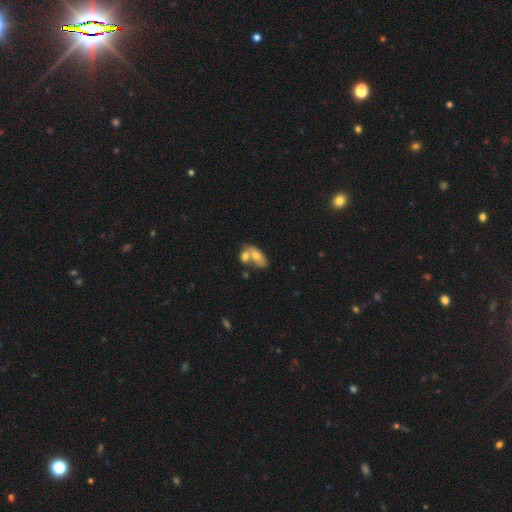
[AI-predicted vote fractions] Morphology: type=smooth (62%); roundness=in between (86%); merging=merger (59%).